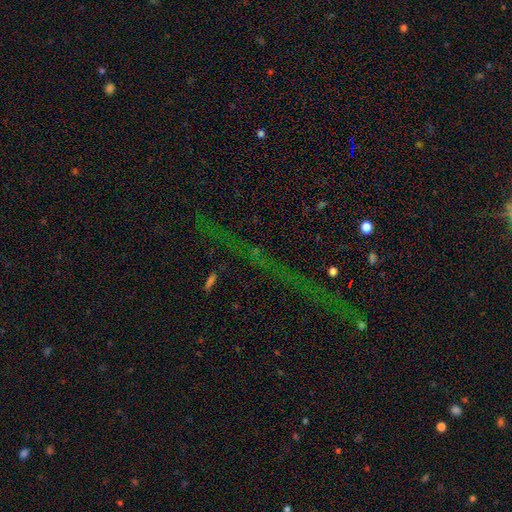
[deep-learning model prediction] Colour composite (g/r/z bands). It shows a star or artifact, not a galaxy (79%).